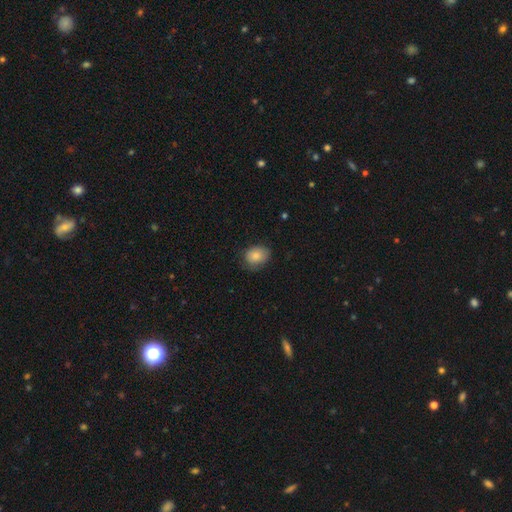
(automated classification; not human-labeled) Smooth or featured: smooth — 83% (featured or disk — 9%)
How rounded: in between — 50% (round — 49%)
Merging: none — 71% (minor disturbance — 23%)